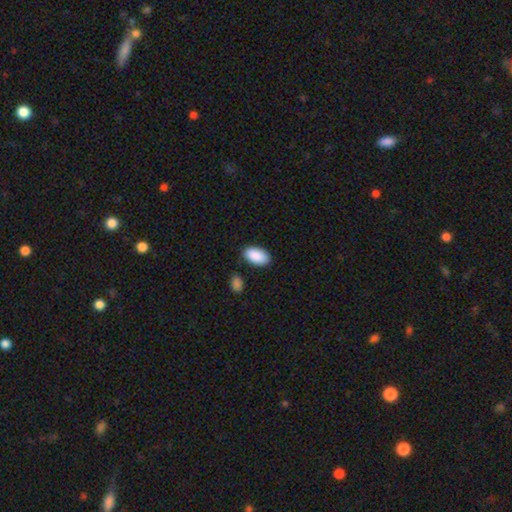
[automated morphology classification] smooth_or_featured: smooth (p=0.91) [alt: star or artifact p=0.06]
how_rounded: in between (p=0.96) [alt: round p=0.03]
merging: none (p=0.81) [alt: minor disturbance p=0.12]